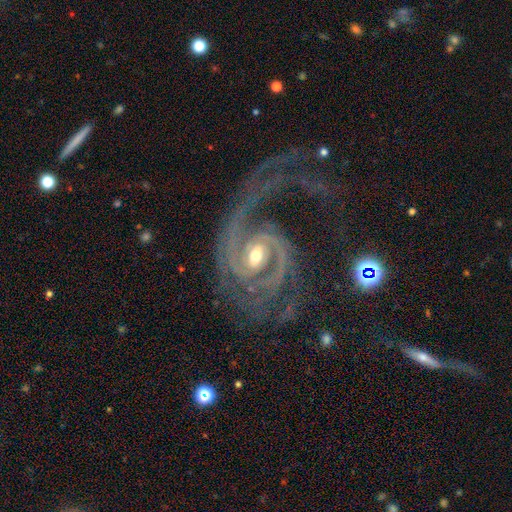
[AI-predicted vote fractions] Smooth or featured? featured or disk (93%)
Edge-on disk? no (98%)
Bar? weak (47%)
Spiral arms? yes (98%)
Spiral winding? medium (46%)
Spiral arm count? 2 (72%)
Bulge size? moderate (64%)
Merging? none (63%)